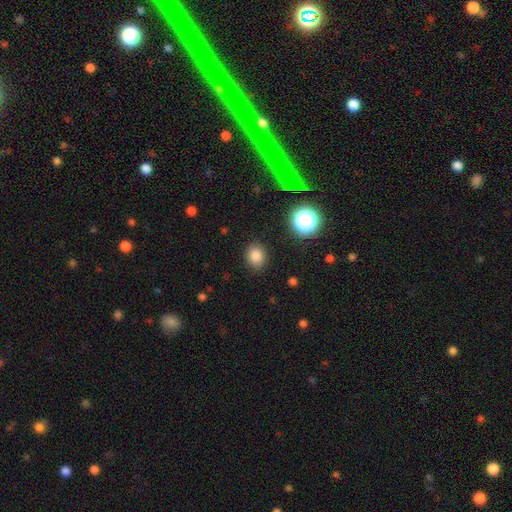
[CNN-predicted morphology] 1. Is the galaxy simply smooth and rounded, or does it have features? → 82% smooth, 13% star or artifact, 4% featured or disk.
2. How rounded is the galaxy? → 61% round, 38% in between, 1% cigar-shaped.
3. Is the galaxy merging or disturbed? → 88% none, 8% minor disturbance, 3% major disturbance, 1% merger.